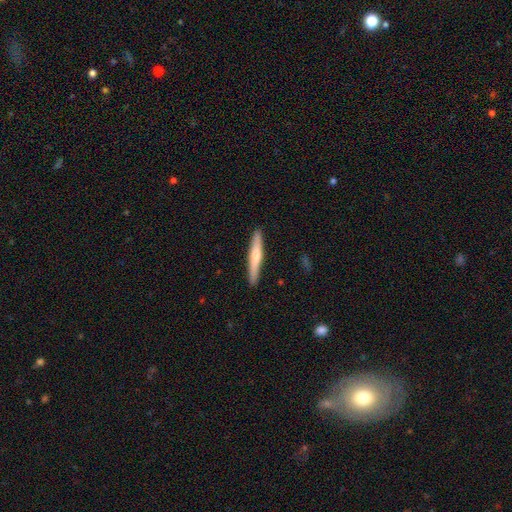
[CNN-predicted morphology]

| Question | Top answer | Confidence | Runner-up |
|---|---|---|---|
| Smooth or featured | smooth | 58% | featured or disk (37%) |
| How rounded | cigar-shaped | 94% | in between (4%) |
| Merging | none | 91% | minor disturbance (7%) |